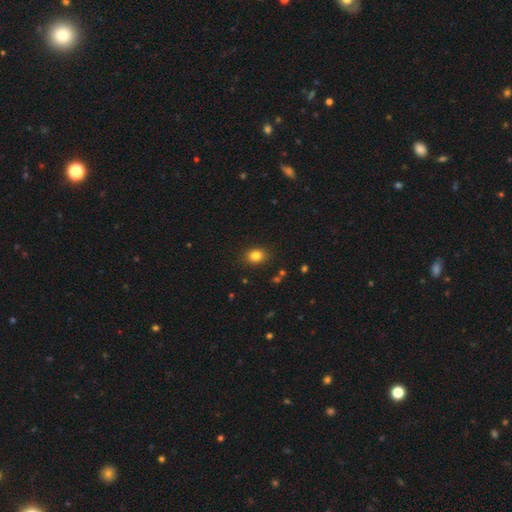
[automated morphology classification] Smooth or featured?
  - smooth: 82% *
  - star or artifact: 11%
  - featured or disk: 6%
How rounded?
  - in between: 53% *
  - round: 46%
  - cigar-shaped: 1%
Merging?
  - none: 87% *
  - minor disturbance: 9%
  - major disturbance: 3%
  - merger: 1%